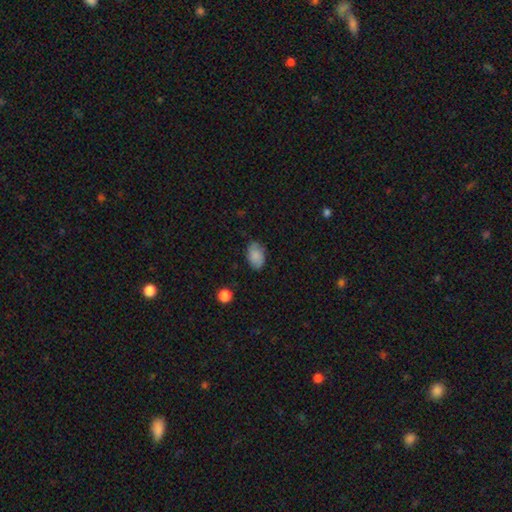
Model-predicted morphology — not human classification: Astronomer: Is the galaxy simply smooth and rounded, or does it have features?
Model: smooth — 84%.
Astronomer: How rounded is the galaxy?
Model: in between — 90%.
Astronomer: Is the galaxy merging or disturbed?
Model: none — 77%.